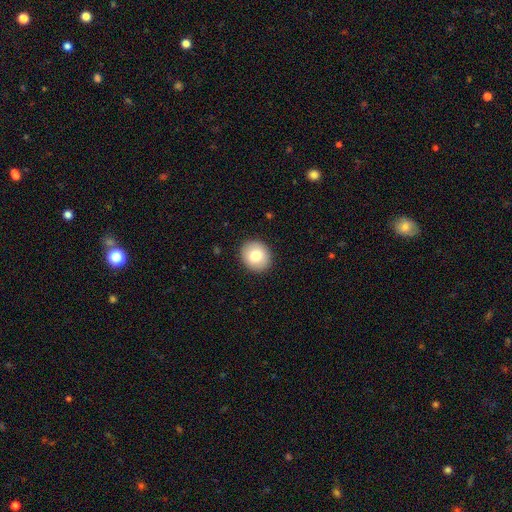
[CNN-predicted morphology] This is clearly a smooth galaxy (80%). How rounded: likely round (75%). Merging: clearly none (90%).